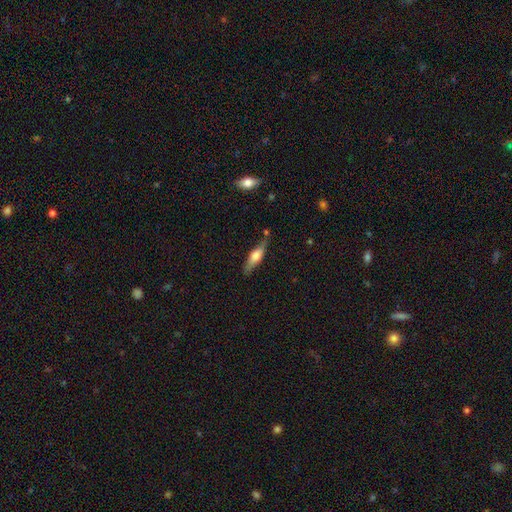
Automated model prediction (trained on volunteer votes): A smooth galaxy with no disk features (48%).

Vote fractions:
- Smooth or featured? smooth: 48% / featured or disk: 45% / star or artifact: 6%
- Merging? none: 73% / minor disturbance: 18% / merger: 4% / major disturbance: 4%